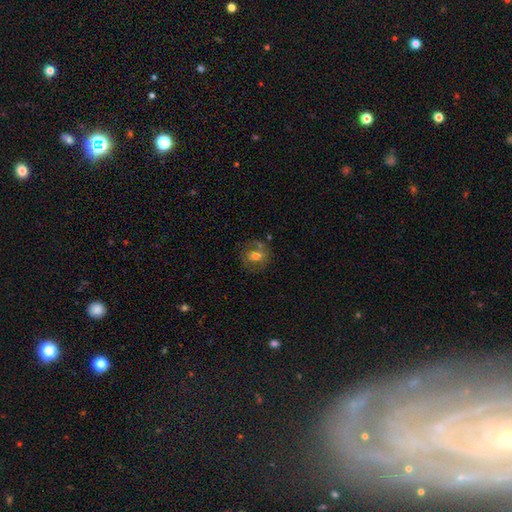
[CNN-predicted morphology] smooth 59%, featured or disk 31%, star or artifact 10%. Down the decision tree: how rounded — round (67%); merging — none (66%).